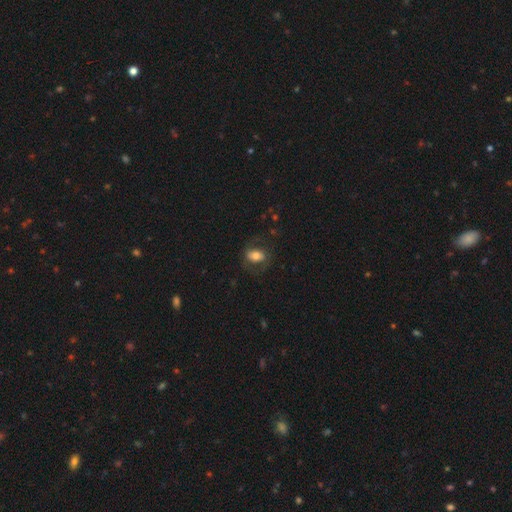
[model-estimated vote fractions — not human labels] smooth 61%, featured or disk 32%, star or artifact 8%. Down the decision tree: how rounded — in between (78%); merging — none (68%).